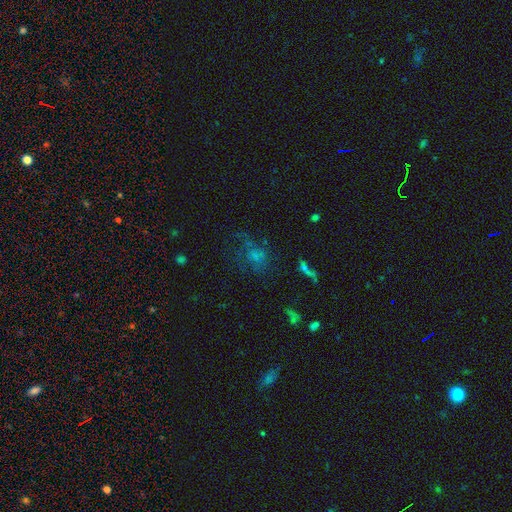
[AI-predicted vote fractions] Smooth or featured: smooth — 45% (featured or disk — 30%)
Merging: none — 42% (major disturbance — 33%)